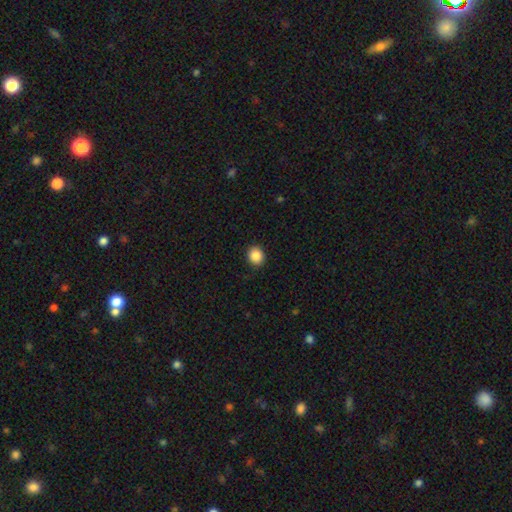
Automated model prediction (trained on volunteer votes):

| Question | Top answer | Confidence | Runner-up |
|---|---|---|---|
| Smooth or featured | smooth | 87% | star or artifact (9%) |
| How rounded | round | 74% | in between (25%) |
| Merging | none | 89% | minor disturbance (8%) |